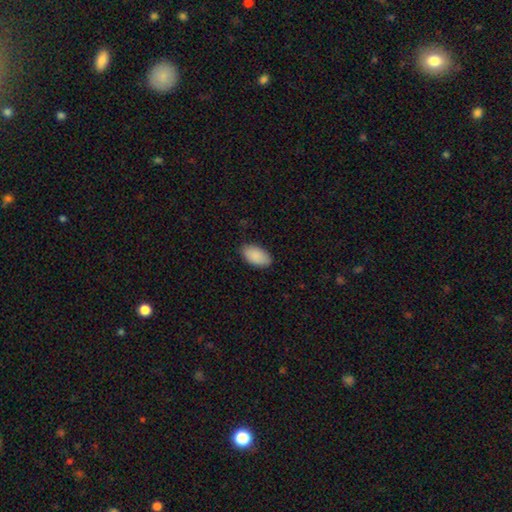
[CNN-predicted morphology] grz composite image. It shows a smooth galaxy with no disk features (90%) that is in between round and cigar-shaped (96%). Merging: none (86%).